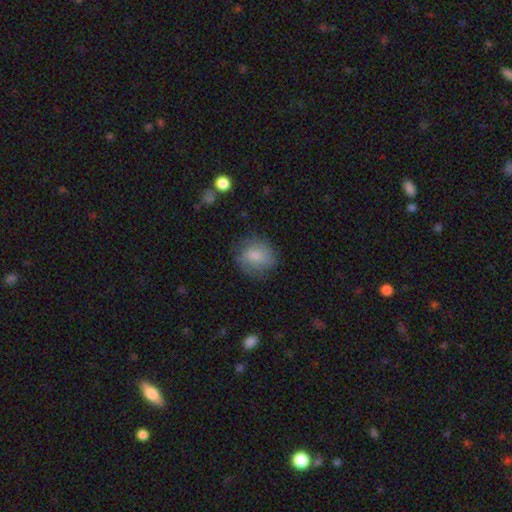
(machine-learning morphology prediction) Smooth or featured?
  - smooth: 76% *
  - featured or disk: 16%
  - star or artifact: 8%
How rounded?
  - round: 71% *
  - in between: 28%
  - cigar-shaped: 1%
Merging?
  - none: 69% *
  - minor disturbance: 21%
  - major disturbance: 8%
  - merger: 1%